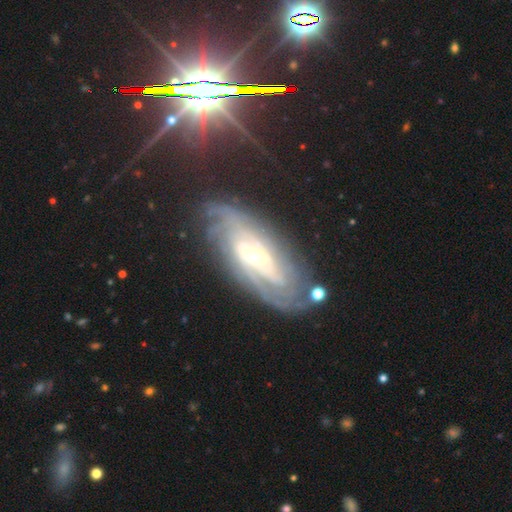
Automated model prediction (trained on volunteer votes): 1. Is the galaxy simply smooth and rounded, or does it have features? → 85% featured or disk, 8% smooth, 7% star or artifact.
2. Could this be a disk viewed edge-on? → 90% no, 10% yes.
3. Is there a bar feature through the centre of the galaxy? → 39% no, 38% weak, 23% strong.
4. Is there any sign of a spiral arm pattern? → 94% yes, 6% no.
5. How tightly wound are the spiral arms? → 64% tight, 27% medium, 9% loose.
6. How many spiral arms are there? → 39% can't tell, 20% 2, 14% 3, 12% 4, 9% more than 4, 6% 1.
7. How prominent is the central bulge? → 56% small, 38% moderate, 3% large, 1% none, 1% dominant.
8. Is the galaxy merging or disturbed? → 69% none, 17% minor disturbance, 10% major disturbance, 3% merger.